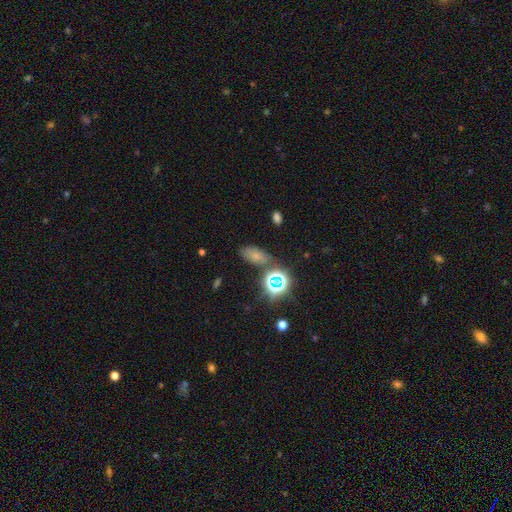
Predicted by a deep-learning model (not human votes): This appears to be a smooth galaxy with no disk features (60%) that is in between round and cigar-shaped (86%). Merging: none (70%).